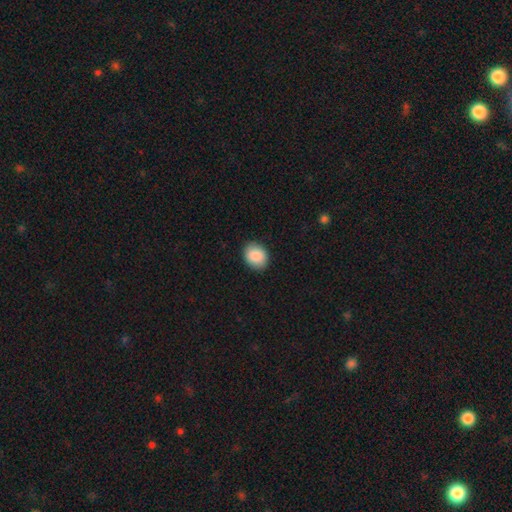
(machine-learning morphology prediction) The model was most divided on "how rounded": in between: 56%, round: 43%, cigar-shaped: 1%. More confident: smooth or featured — smooth (90%); merging — none (89%).